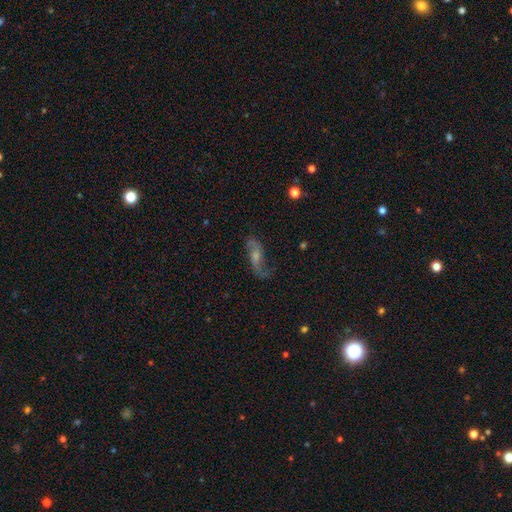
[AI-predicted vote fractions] Smooth or featured? featured or disk (74%)
Edge-on disk? no (89%)
Bar? no (51%)
Spiral arms? yes (93%)
Spiral winding? loose (64%)
Spiral arm count? 2 (88%)
Bulge size? moderate (48%)
Merging? none (72%)